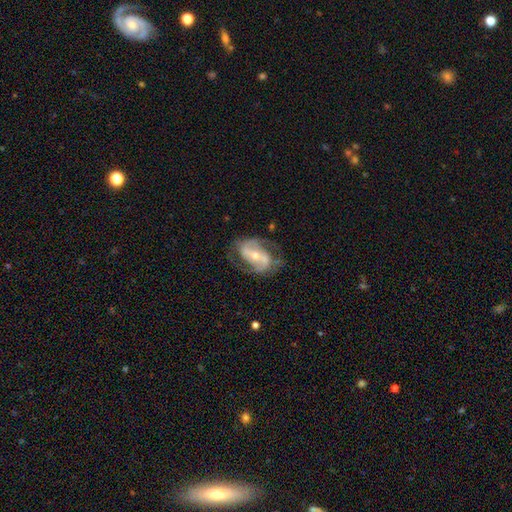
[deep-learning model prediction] A featured or disk galaxy (83%) with a strong bar (41%), 2 (87%) medium (50%) spiral arms (91%) and a moderate central bulge (50%). Merging: none (68%).